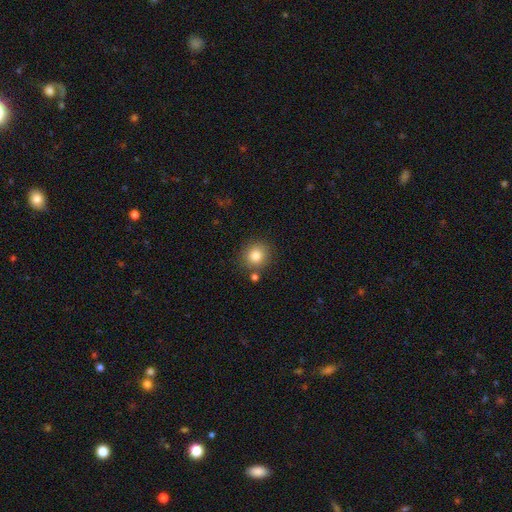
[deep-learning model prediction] Smooth or featured? smooth (83%)
How rounded? round (87%)
Merging? none (80%)